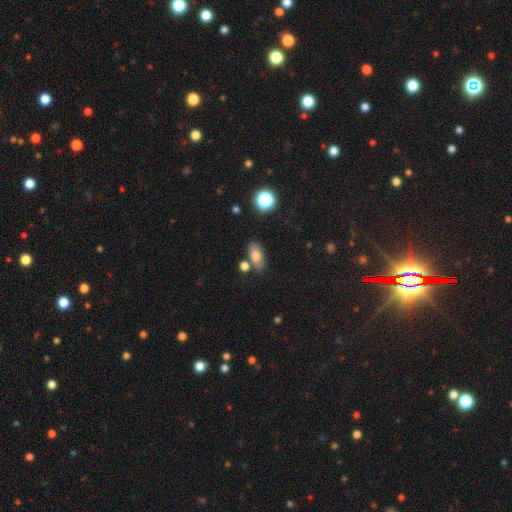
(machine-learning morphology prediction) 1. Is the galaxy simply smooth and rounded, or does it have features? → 76% smooth, 14% featured or disk, 10% star or artifact.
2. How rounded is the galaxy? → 87% in between, 7% round, 6% cigar-shaped.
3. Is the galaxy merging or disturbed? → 72% none, 14% minor disturbance, 10% merger, 4% major disturbance.